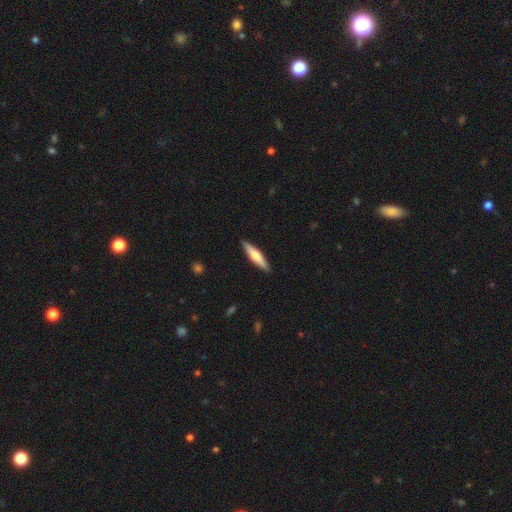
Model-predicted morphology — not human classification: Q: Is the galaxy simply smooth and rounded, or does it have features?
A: smooth — 53%.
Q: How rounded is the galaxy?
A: cigar-shaped — 84%.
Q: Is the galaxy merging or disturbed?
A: none — 91%.